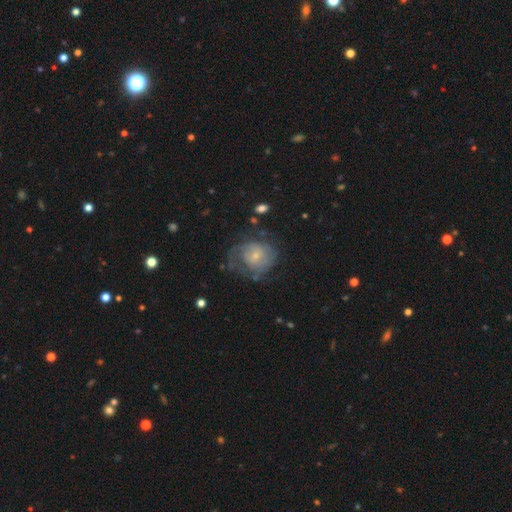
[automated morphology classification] Smooth or featured? Predicted: featured or disk (p=0.54). Edge-on disk? Predicted: no (p=0.97). Bar? Predicted: no (p=0.73). Spiral arms? Predicted: yes (p=0.67). Bulge size? Predicted: small (p=0.69). Merging? Predicted: none (p=0.44).